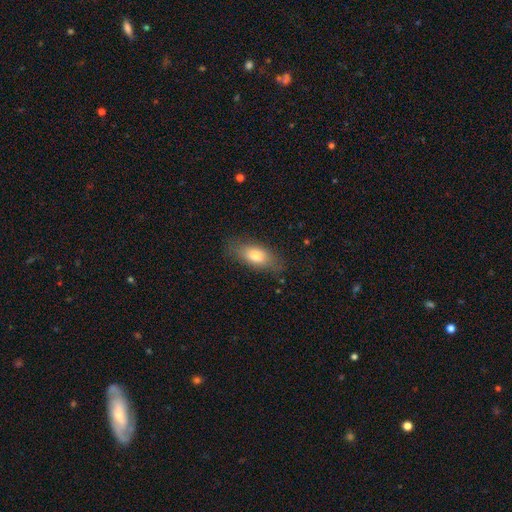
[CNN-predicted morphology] Smooth or featured?
  - smooth: 75% *
  - featured or disk: 17%
  - star or artifact: 7%
How rounded?
  - in between: 80% *
  - cigar-shaped: 16%
  - round: 4%
Merging?
  - none: 80% *
  - minor disturbance: 15%
  - major disturbance: 4%
  - merger: 1%